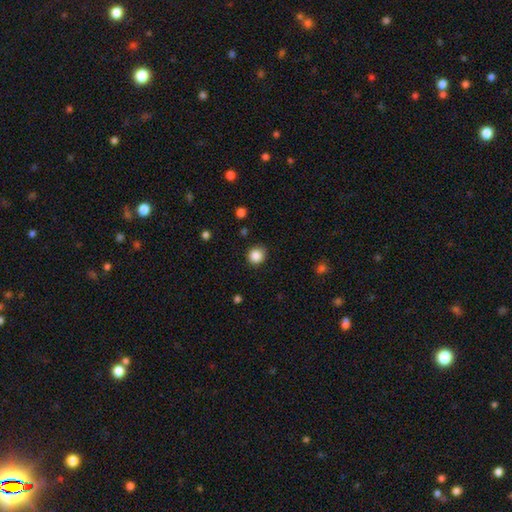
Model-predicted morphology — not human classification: A smooth galaxy with no disk features (87%) that is round (90%).

Vote fractions:
- Smooth or featured? smooth: 87% / star or artifact: 10% / featured or disk: 3%
- How rounded? round: 90% / in between: 9% / cigar-shaped: 1%
- Merging? none: 88% / minor disturbance: 8% / major disturbance: 2% / merger: 1%